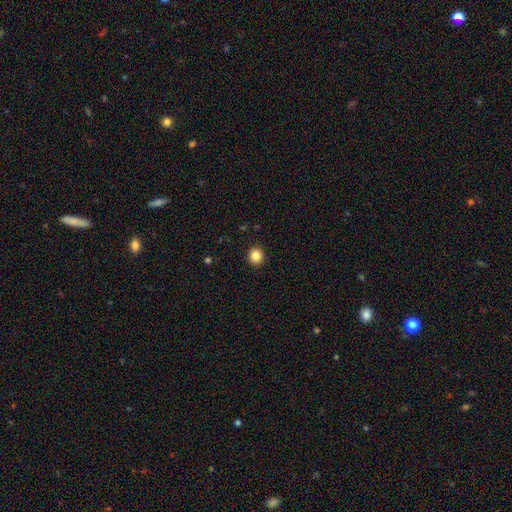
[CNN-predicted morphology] Q: Smooth or featured?
A: smooth (85%); runner-up: star or artifact (11%)
Q: How rounded?
A: round (91%); runner-up: in between (8%)
Q: Merging?
A: none (93%); runner-up: minor disturbance (5%)